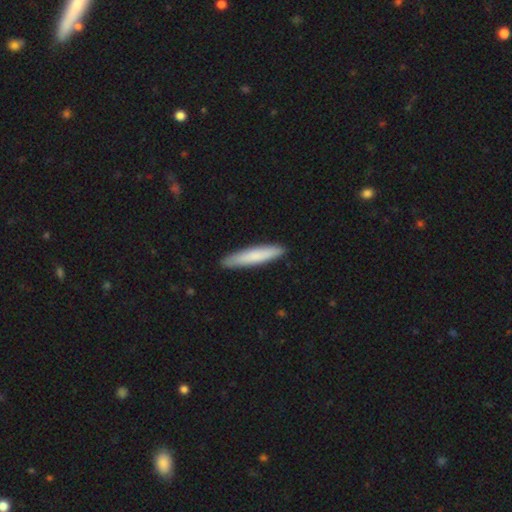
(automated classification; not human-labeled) This appears to be a smooth galaxy with no disk features (78%) that is cigar-shaped (92%). Merging: none (90%).